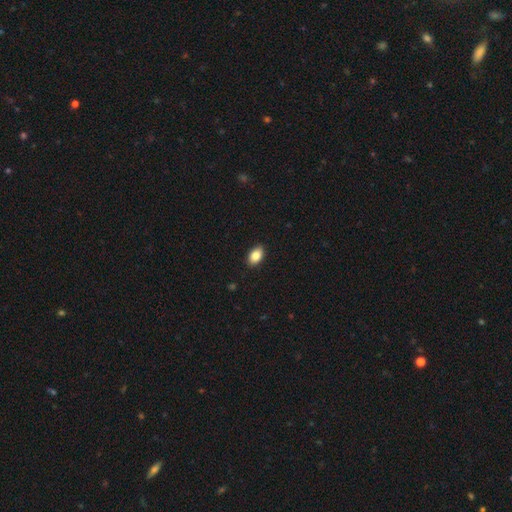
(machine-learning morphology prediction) Smooth or featured: smooth — 86% (star or artifact — 8%)
How rounded: in between — 90% (round — 8%)
Merging: none — 89% (minor disturbance — 8%)